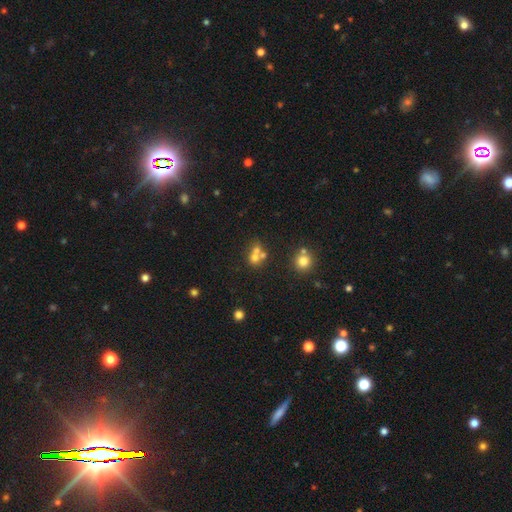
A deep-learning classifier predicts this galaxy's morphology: The model was most divided on "merging": merger: 53%, none: 35%, minor disturbance: 8%, major disturbance: 5%. More confident: how rounded — round (74%); smooth or featured — smooth (60%).